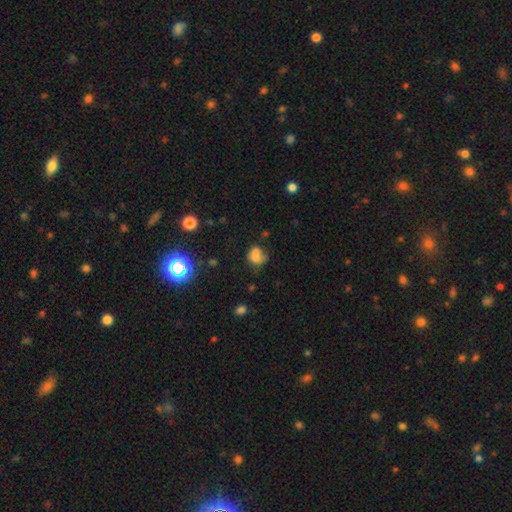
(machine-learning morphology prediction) Smooth or featured: smooth — 68% (star or artifact — 16%)
How rounded: round — 54% (in between — 45%)
Merging: none — 35% (merger — 30%)